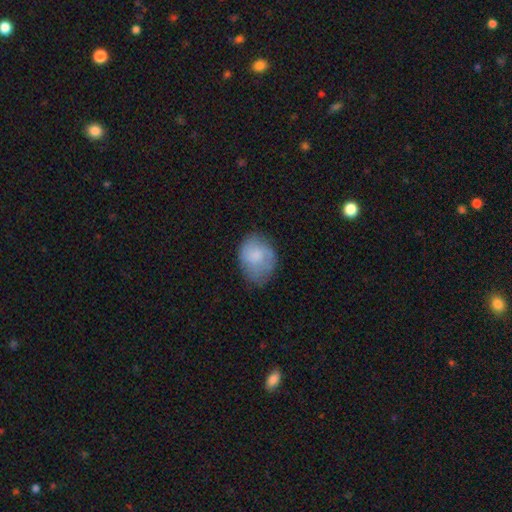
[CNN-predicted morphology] This is likely a smooth galaxy (71%). How rounded: likely in between (65%). Merging: possibly none (50%).